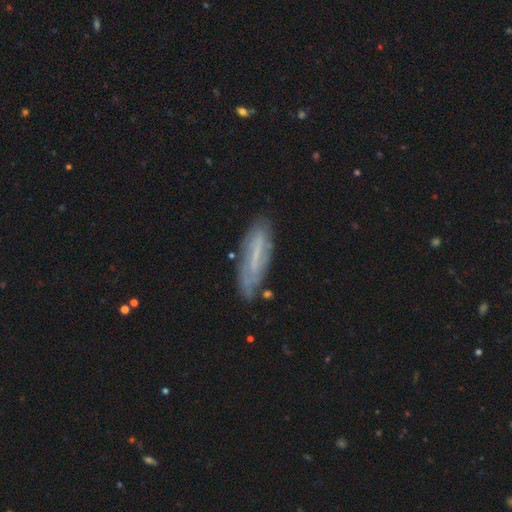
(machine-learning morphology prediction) Smooth or featured: featured or disk — 51% (smooth — 39%)
Edge-on disk: no — 63% (yes — 37%)
Merging: none — 70% (minor disturbance — 21%)